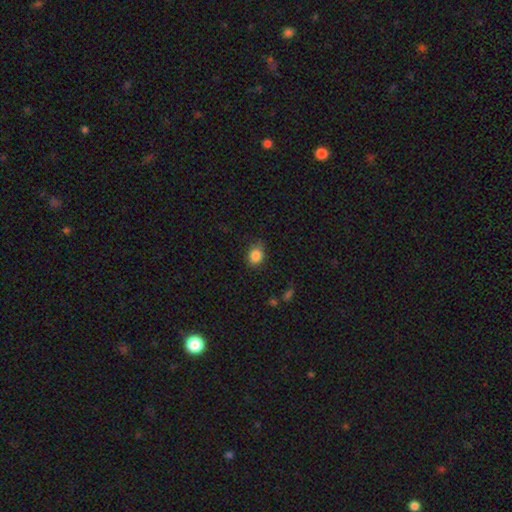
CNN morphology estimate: type=smooth (85%); roundness=round (55%); merging=none (69%).